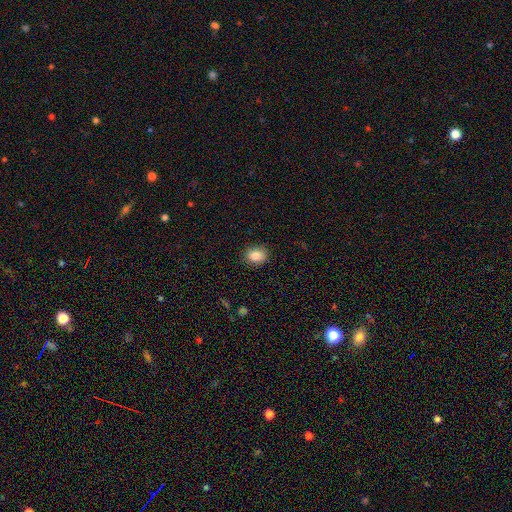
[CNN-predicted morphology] Q: Smooth or featured?
A: smooth (85%); runner-up: star or artifact (9%)
Q: How rounded?
A: round (57%); runner-up: in between (42%)
Q: Merging?
A: none (87%); runner-up: minor disturbance (10%)